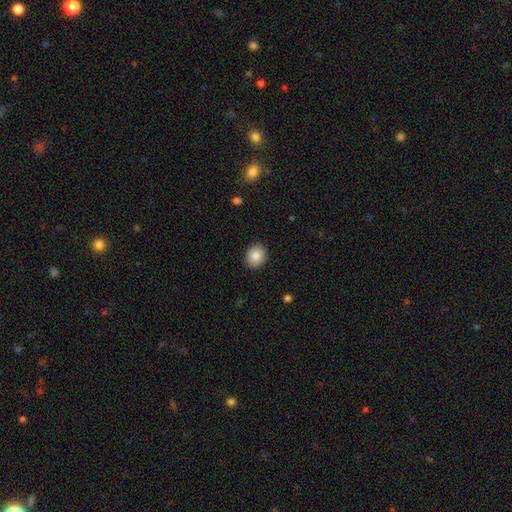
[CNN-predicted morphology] smooth_or_featured: smooth (p=0.86) [alt: star or artifact p=0.08]
how_rounded: round (p=0.69) [alt: in between p=0.30]
merging: none (p=0.91) [alt: minor disturbance p=0.06]